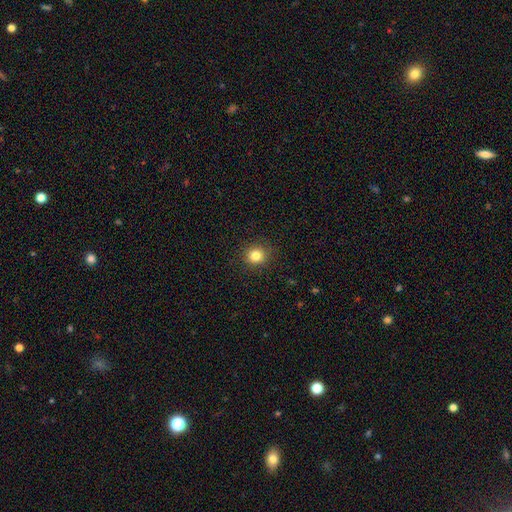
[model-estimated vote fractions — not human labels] This appears to be a smooth galaxy with no disk features (82%) that is round (87%). Merging: none (90%).